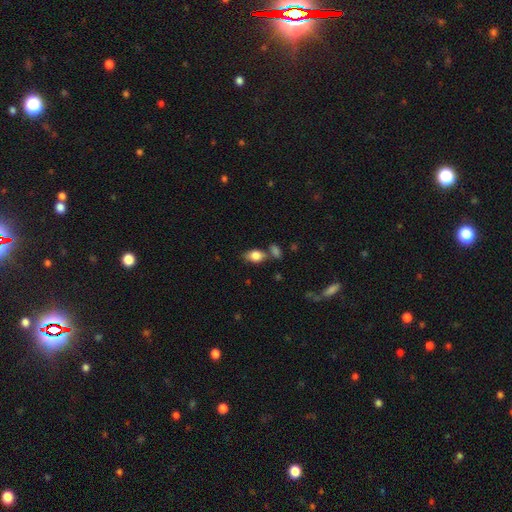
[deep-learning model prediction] smooth_or_featured: smooth (p=0.80) [alt: featured or disk p=0.11]
how_rounded: in between (p=0.79) [alt: round p=0.18]
merging: none (p=0.56) [alt: merger p=0.20]